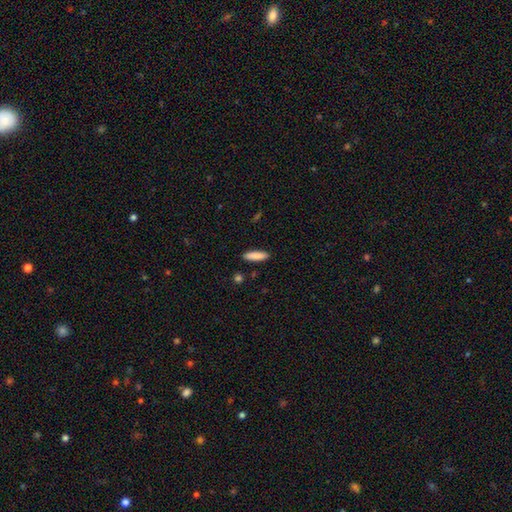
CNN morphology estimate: A smooth galaxy with no disk features (88%) that is cigar-shaped (66%).

Vote fractions:
- Smooth or featured? smooth: 88% / featured or disk: 6% / star or artifact: 6%
- How rounded? cigar-shaped: 66% / in between: 32% / round: 2%
- Merging? none: 89% / minor disturbance: 7% / major disturbance: 2% / merger: 2%